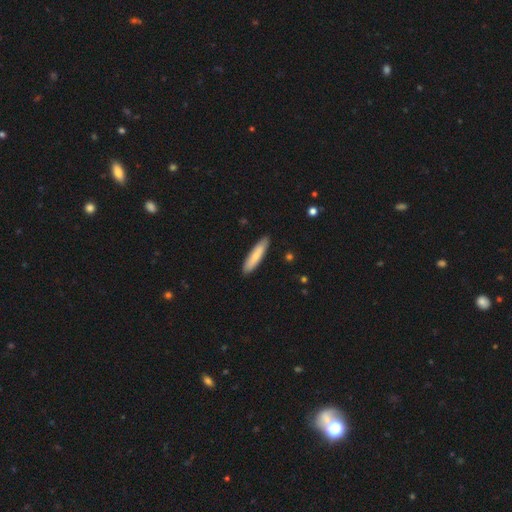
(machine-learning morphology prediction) Q: Smooth or featured?
A: smooth (74%); runner-up: featured or disk (21%)
Q: How rounded?
A: cigar-shaped (82%); runner-up: in between (17%)
Q: Merging?
A: none (89%); runner-up: minor disturbance (8%)